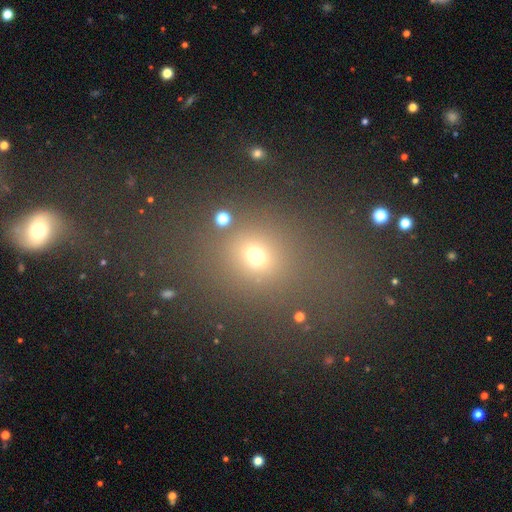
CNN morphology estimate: Smooth or featured?
  - smooth: 67% *
  - star or artifact: 25%
  - featured or disk: 8%
How rounded?
  - round: 69% *
  - in between: 28%
  - cigar-shaped: 2%
Merging?
  - none: 73% *
  - minor disturbance: 11%
  - merger: 8%
  - major disturbance: 8%